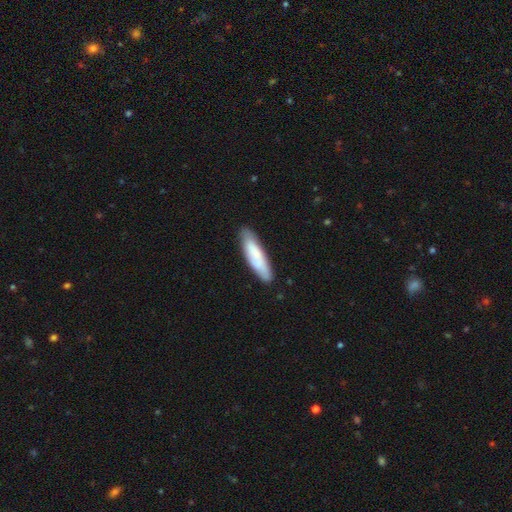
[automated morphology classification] Smooth or featured? Predicted: smooth (p=0.72). How rounded? Predicted: cigar-shaped (p=0.70). Merging? Predicted: none (p=0.81).